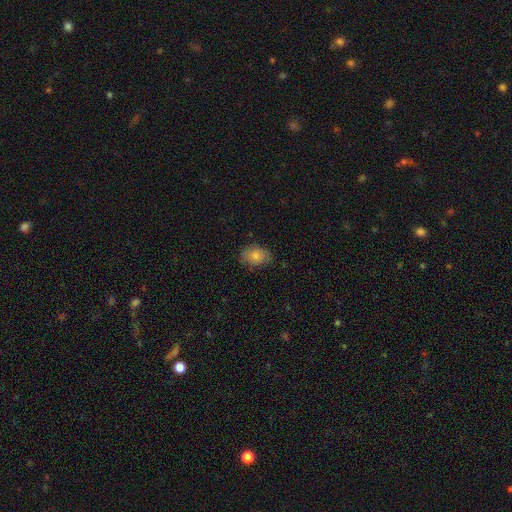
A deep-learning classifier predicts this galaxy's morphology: type=smooth (82%); roundness=in between (80%); merging=none (74%).